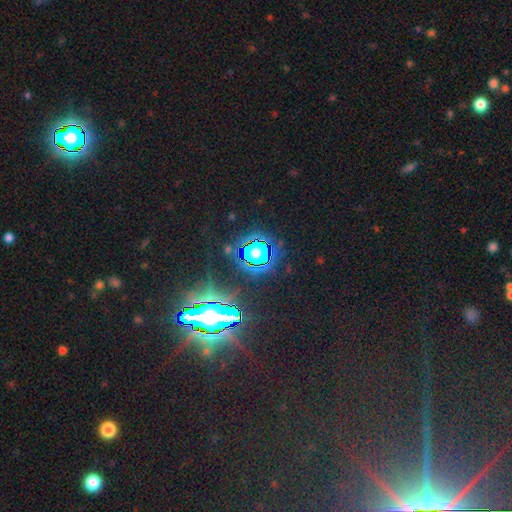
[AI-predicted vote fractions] A star or artifact, not a galaxy (83%).